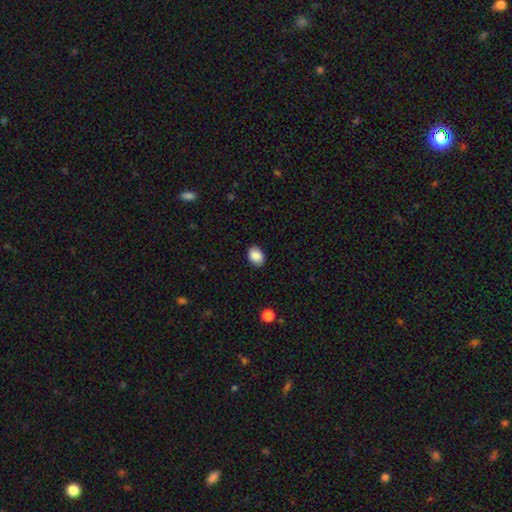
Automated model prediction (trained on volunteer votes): Smooth or featured: smooth — 89% (star or artifact — 8%)
How rounded: in between — 77% (round — 22%)
Merging: none — 87% (minor disturbance — 9%)